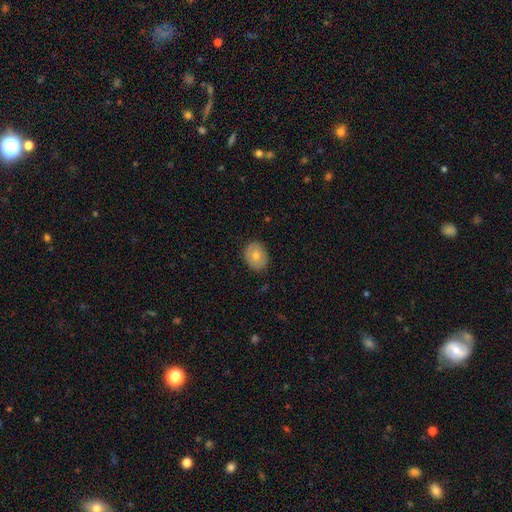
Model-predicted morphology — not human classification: A smooth galaxy with no disk features (70%) that is in between round and cigar-shaped (56%). Merging: none (84%).